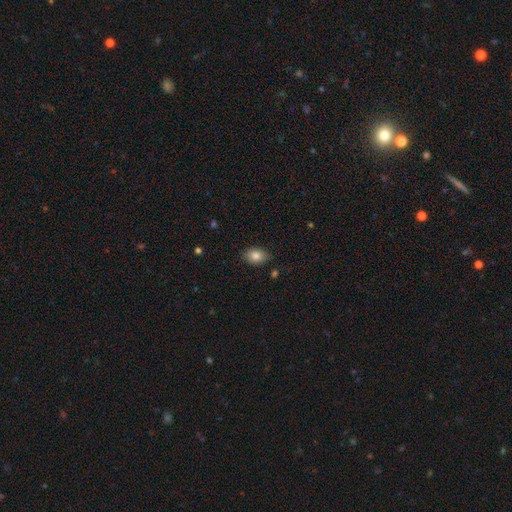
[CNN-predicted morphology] type=smooth (83%); roundness=in between (80%); merging=none (83%).